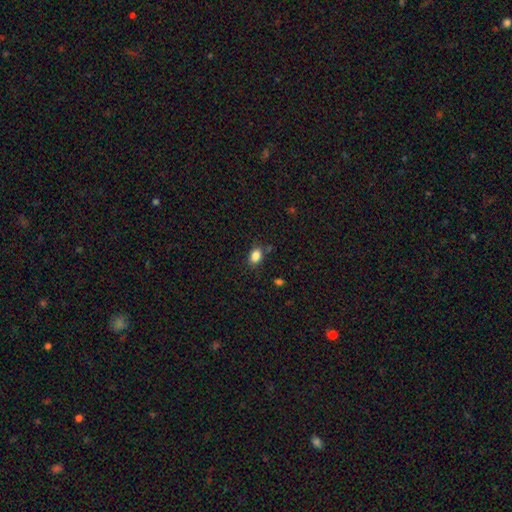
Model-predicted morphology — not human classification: type=smooth (86%); roundness=in between (80%); merging=none (81%).